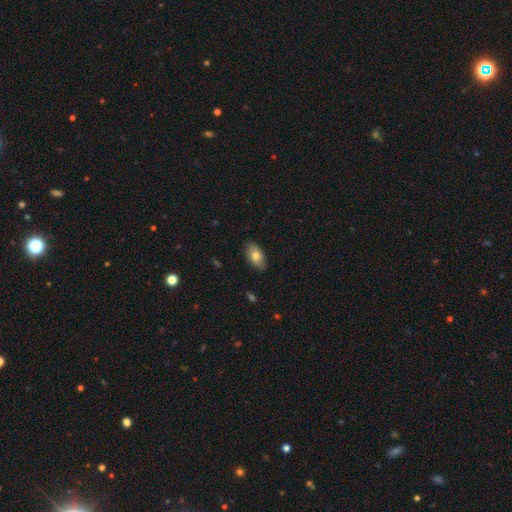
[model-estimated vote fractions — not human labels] Smooth or featured? smooth (78%)
How rounded? in between (93%)
Merging? none (85%)